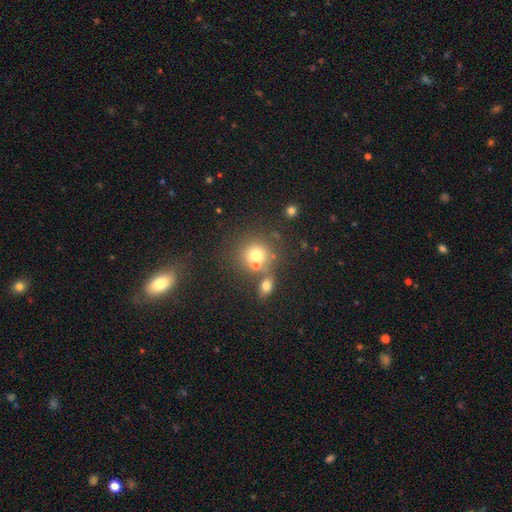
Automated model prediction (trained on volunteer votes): smooth 69%, featured or disk 16%, star or artifact 15%. Down the decision tree: how rounded — round (85%); merging — none (51%).